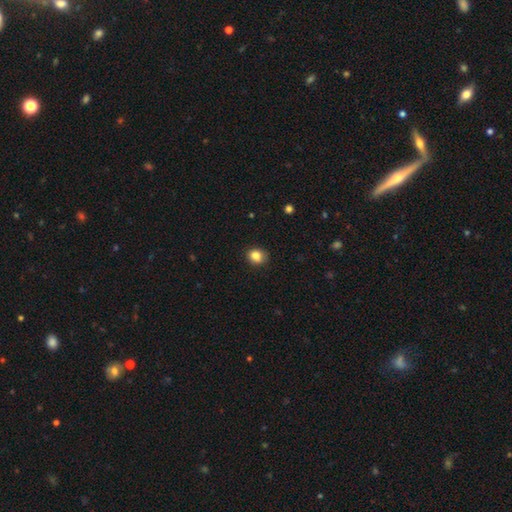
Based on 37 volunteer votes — smooth-or-featured: smooth: 78% | featured or disk: 16% | star or artifact: 5%
  how-rounded: round: 59% | in between: 41% | cigar-shaped: 0%
  merging: none: 69% | minor disturbance: 26% | major disturbance: 6% | merger: 0%